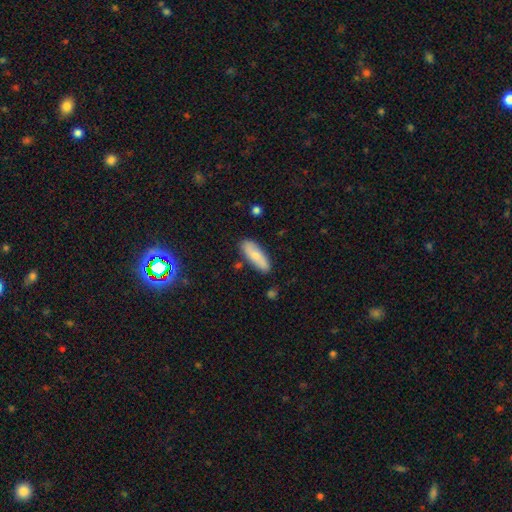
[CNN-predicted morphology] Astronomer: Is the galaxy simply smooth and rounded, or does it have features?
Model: smooth — 69%.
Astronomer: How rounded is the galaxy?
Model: in between — 59% (runner-up: cigar-shaped, 38%).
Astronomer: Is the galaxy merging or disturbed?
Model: none — 83%.